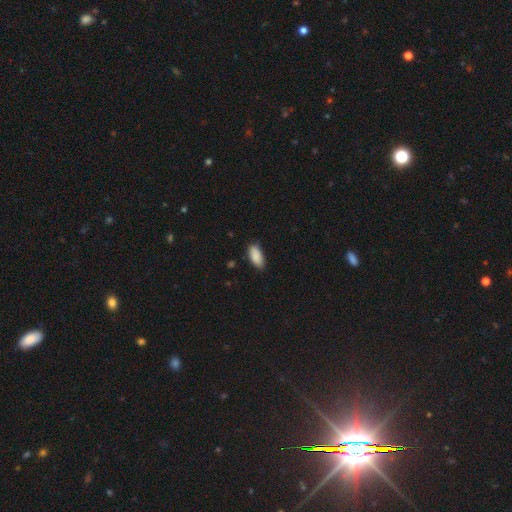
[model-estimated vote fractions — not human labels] This appears to be a smooth galaxy with no disk features (89%) that is in between round and cigar-shaped (90%). Merging: none (79%).